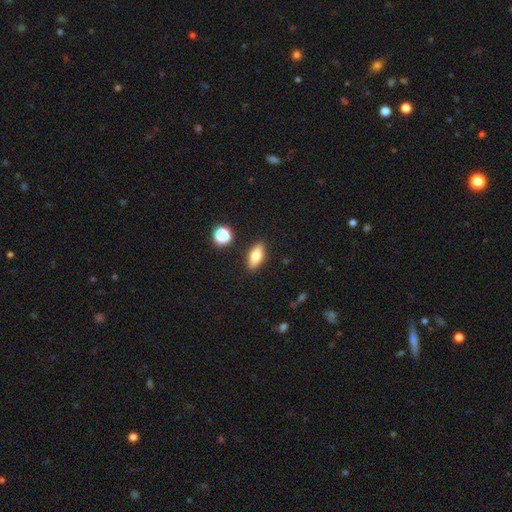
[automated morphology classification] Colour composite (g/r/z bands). It shows a smooth galaxy with no disk features (66%) that is in between round and cigar-shaped (71%). Merging: none (87%).